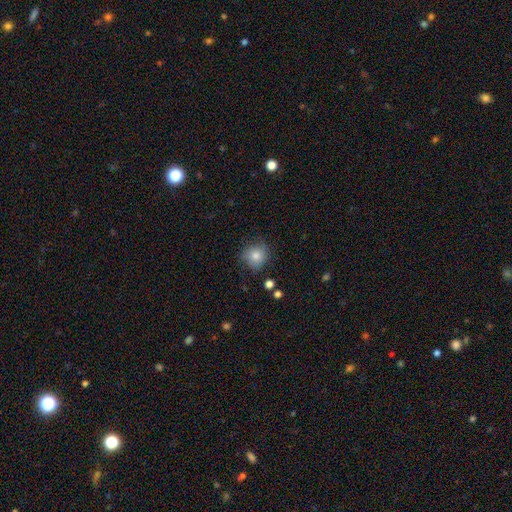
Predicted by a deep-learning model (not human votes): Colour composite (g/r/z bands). It shows a smooth galaxy with no disk features (80%) that is round (87%). Merging: none (75%).